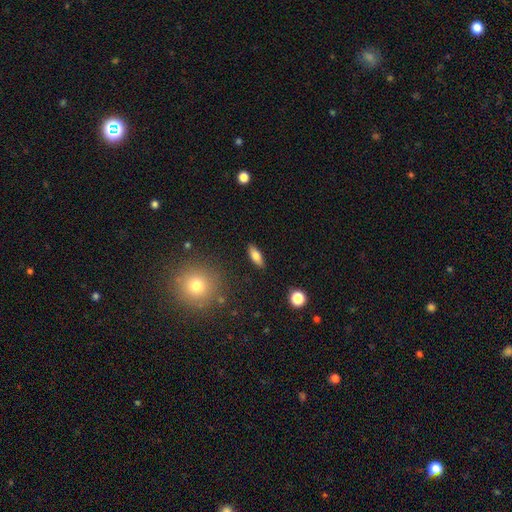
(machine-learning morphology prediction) smooth-or-featured: smooth: 72% | featured or disk: 20% | star or artifact: 8%
  how-rounded: in between: 65% | cigar-shaped: 32% | round: 4%
  merging: none: 88% | minor disturbance: 8% | major disturbance: 2% | merger: 1%